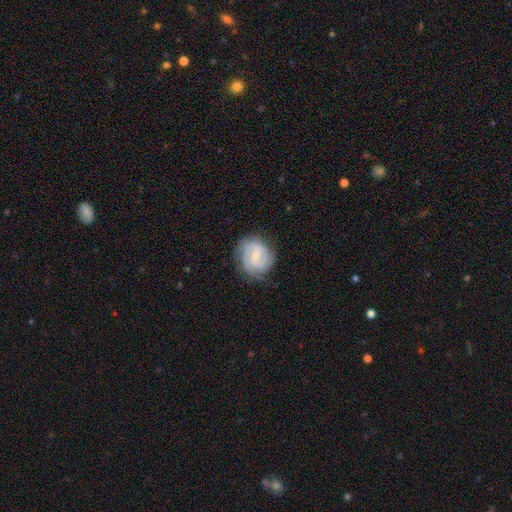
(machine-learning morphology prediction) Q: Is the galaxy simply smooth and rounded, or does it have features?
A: featured or disk — 80%.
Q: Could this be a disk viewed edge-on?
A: no — 98%.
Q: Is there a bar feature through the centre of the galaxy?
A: weak — 59%.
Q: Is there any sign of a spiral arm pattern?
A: yes — 94%.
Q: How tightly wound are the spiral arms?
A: tight — 50%.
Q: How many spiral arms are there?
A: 2 — 58%.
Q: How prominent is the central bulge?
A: small — 64%.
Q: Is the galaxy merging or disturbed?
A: none — 74%.